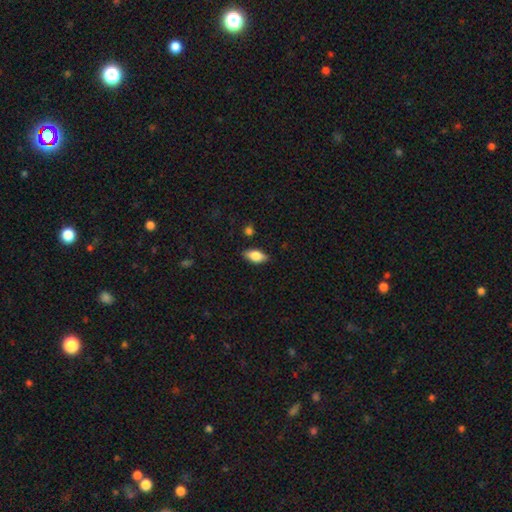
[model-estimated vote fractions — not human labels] The model was most divided on "smooth or featured": smooth: 78%, featured or disk: 15%, star or artifact: 7%. More confident: how rounded — in between (89%); merging — none (85%).